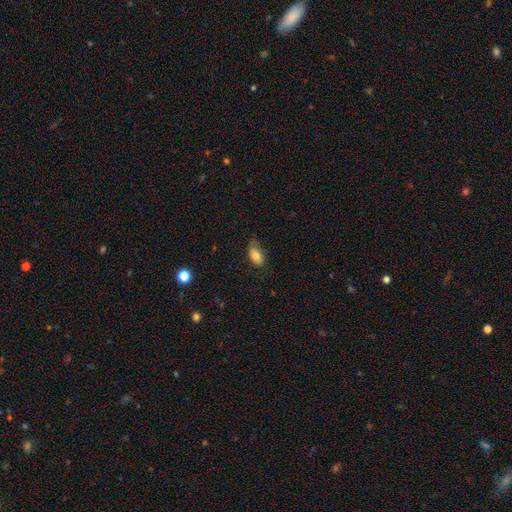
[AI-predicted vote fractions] Overall: smooth (80%). How rounded: in between (91%). Merging: none (63%; minor disturbance 28%).